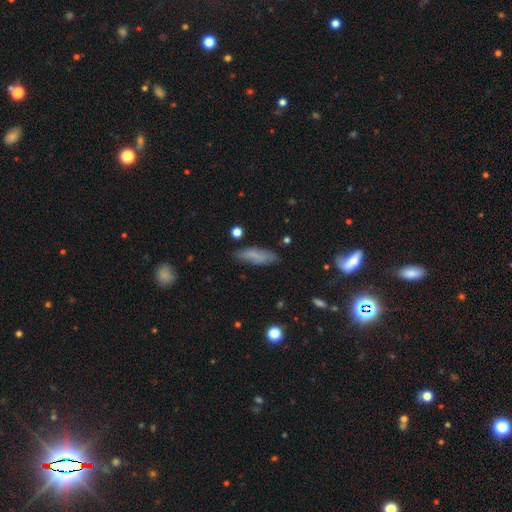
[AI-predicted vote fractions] smooth 70%, featured or disk 21%, star or artifact 9%. Down the decision tree: how rounded — cigar-shaped (50%); merging — none (71%).